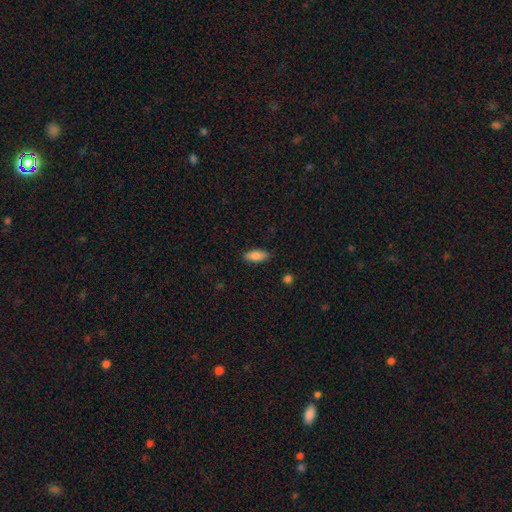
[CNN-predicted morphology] A smooth galaxy with no disk features (86%) that is in between round and cigar-shaped (80%).

Vote fractions:
- Smooth or featured? smooth: 86% / featured or disk: 8% / star or artifact: 7%
- How rounded? in between: 80% / cigar-shaped: 18% / round: 2%
- Merging? none: 87% / minor disturbance: 10% / major disturbance: 2% / merger: 1%